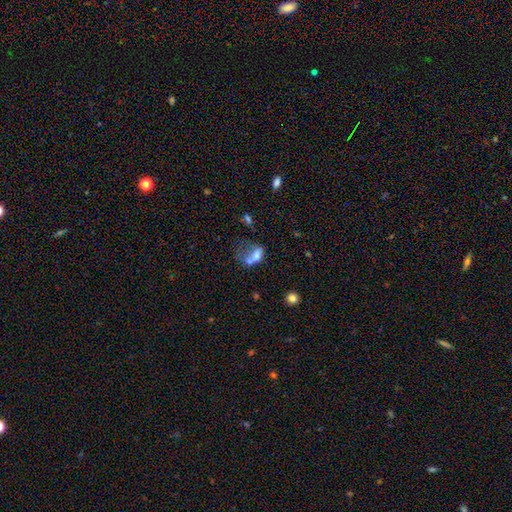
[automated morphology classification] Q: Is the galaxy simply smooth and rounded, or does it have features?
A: smooth — 61%.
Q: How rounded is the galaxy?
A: in between — 77%.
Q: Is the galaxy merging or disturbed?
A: merger — 38%.